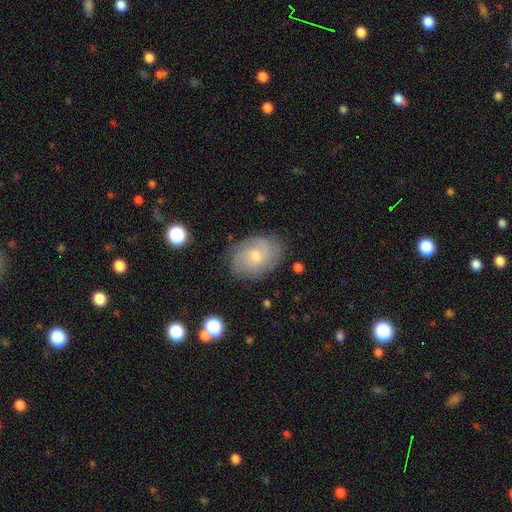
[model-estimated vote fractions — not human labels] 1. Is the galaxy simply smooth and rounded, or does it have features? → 65% featured or disk, 27% smooth, 9% star or artifact.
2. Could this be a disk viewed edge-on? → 96% no, 4% yes.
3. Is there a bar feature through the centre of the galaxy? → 63% no, 33% weak, 4% strong.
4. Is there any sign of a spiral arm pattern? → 89% yes, 11% no.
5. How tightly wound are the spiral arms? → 56% tight, 33% medium, 11% loose.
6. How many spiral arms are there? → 38% can't tell, 34% 2, 14% 3, 6% 4, 4% 1, 4% more than 4.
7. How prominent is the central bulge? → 55% small, 41% moderate, 2% none, 2% large, 1% dominant.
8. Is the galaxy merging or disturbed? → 80% none, 15% minor disturbance, 4% major disturbance, 1% merger.